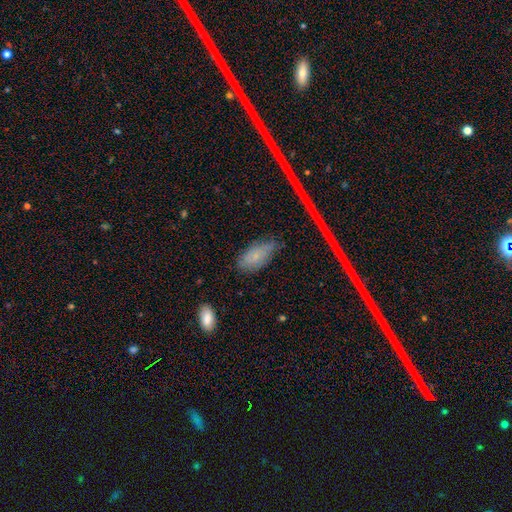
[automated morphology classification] Q: Smooth or featured?
A: smooth (68%); runner-up: featured or disk (21%)
Q: How rounded?
A: in between (90%); runner-up: cigar-shaped (7%)
Q: Merging?
A: none (70%); runner-up: minor disturbance (23%)